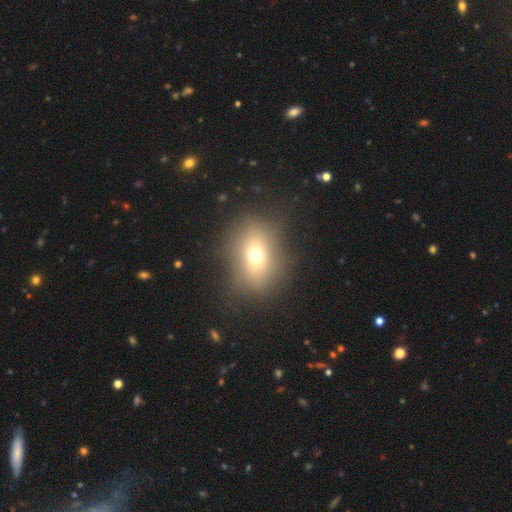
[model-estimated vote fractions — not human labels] This appears to be a smooth galaxy with no disk features (65%) that is in between round and cigar-shaped (54%). Merging: none (74%).